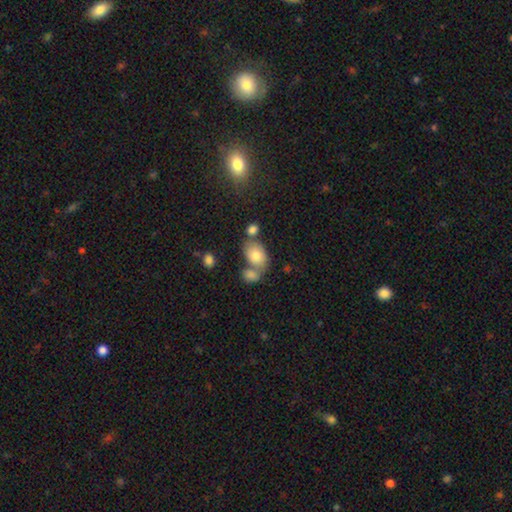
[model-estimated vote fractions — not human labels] Smooth or featured? smooth (78%)
How rounded? in between (79%)
Merging? none (41%)